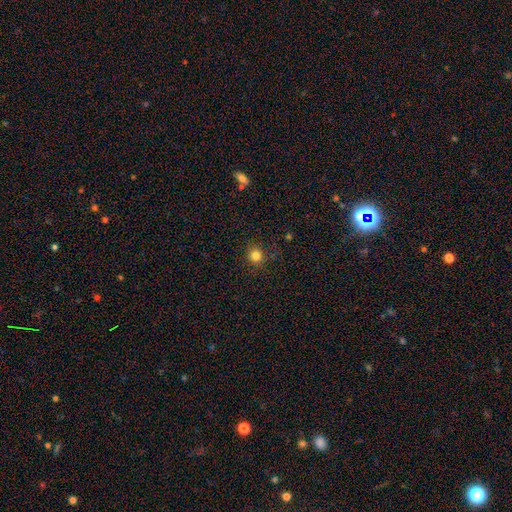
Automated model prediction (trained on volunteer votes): smooth_or_featured: smooth (p=0.81) [alt: star or artifact p=0.14]
how_rounded: round (p=0.89) [alt: in between p=0.10]
merging: none (p=0.86) [alt: minor disturbance p=0.10]